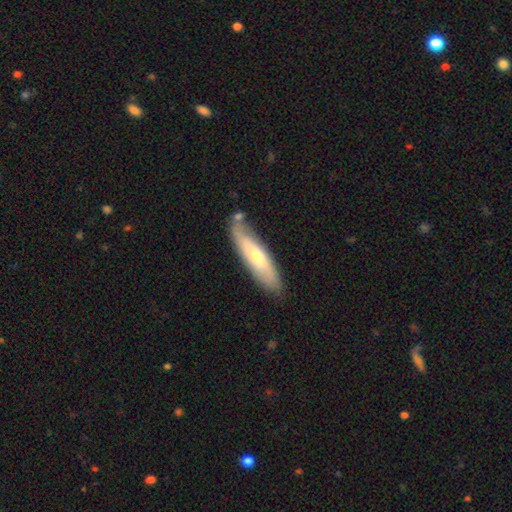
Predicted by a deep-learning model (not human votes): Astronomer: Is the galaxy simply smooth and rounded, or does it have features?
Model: smooth — 54% (runner-up: featured or disk, 40%).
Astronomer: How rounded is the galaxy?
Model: cigar-shaped — 71%.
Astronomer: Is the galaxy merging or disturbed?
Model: none — 74%.